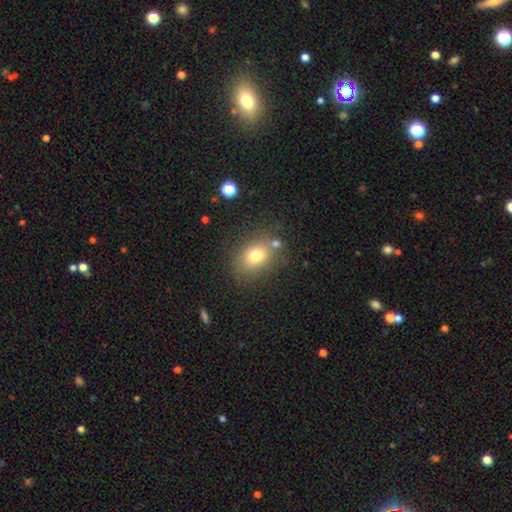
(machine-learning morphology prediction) smooth_or_featured: smooth (p=0.74) [alt: featured or disk p=0.13]
how_rounded: in between (p=0.59) [alt: round p=0.40]
merging: none (p=0.71) [alt: minor disturbance p=0.14]